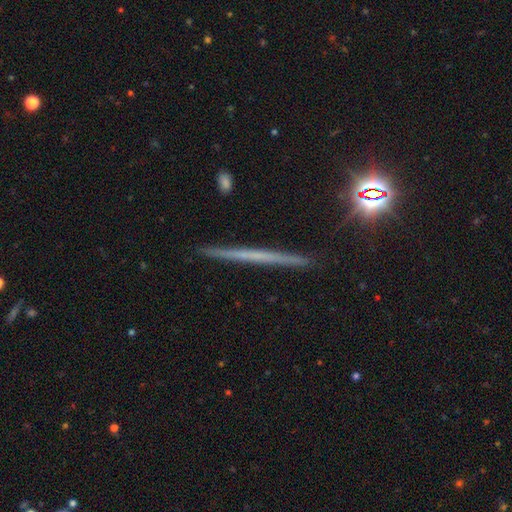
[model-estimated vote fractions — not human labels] Morphology: type=featured or disk (53%); edge-on=yes (97%); edge-on bulge=none (91%); merging=none (91%).